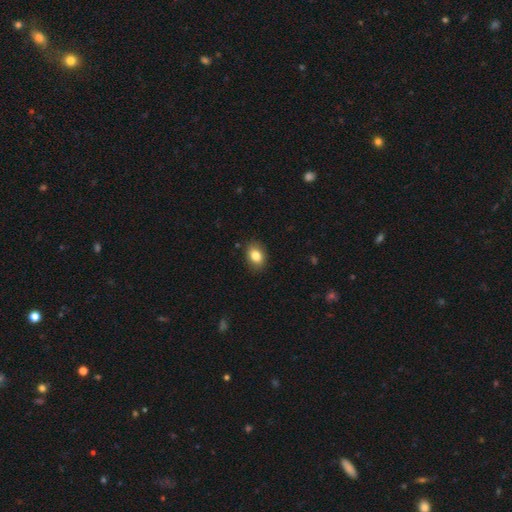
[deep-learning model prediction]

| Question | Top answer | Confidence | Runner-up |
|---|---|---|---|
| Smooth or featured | smooth | 83% | star or artifact (9%) |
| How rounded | in between | 74% | round (25%) |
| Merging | none | 87% | minor disturbance (10%) |